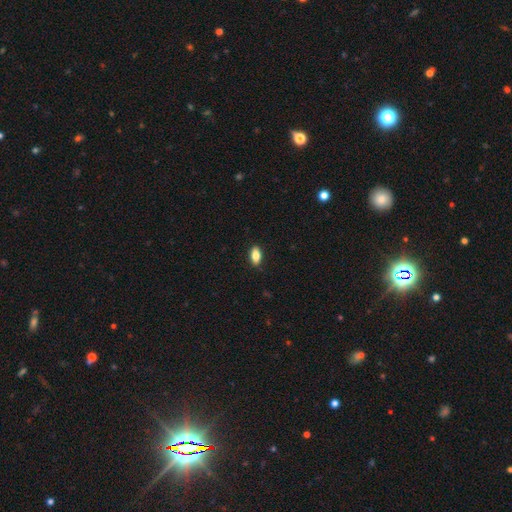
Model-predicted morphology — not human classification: Smooth or featured? Predicted: smooth (p=0.83). How rounded? Predicted: in between (p=0.86). Merging? Predicted: none (p=0.87).